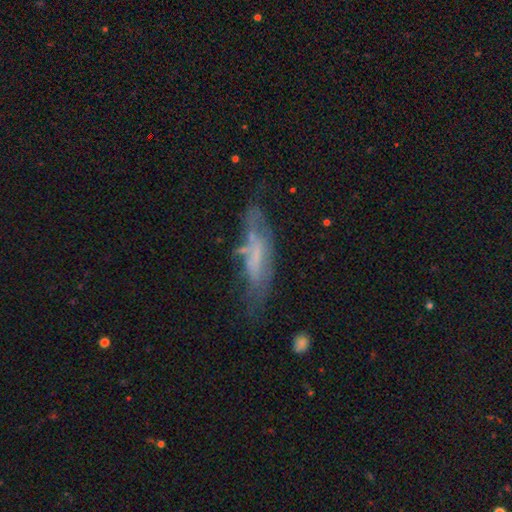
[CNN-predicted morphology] Smooth or featured? featured or disk (55%)
Edge-on disk? no (59%)
Merging? none (51%)